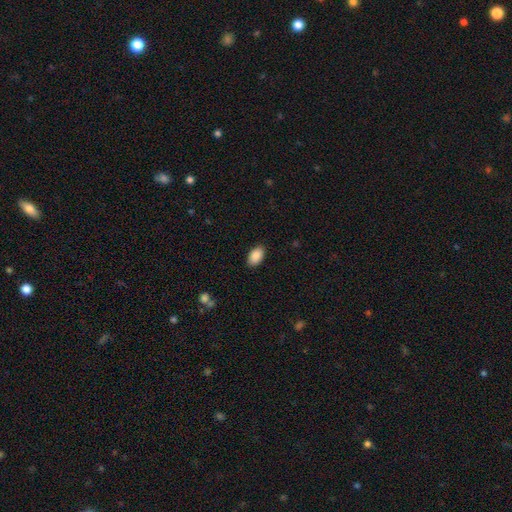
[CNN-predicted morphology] Smooth or featured? smooth (90%)
How rounded? in between (94%)
Merging? none (88%)